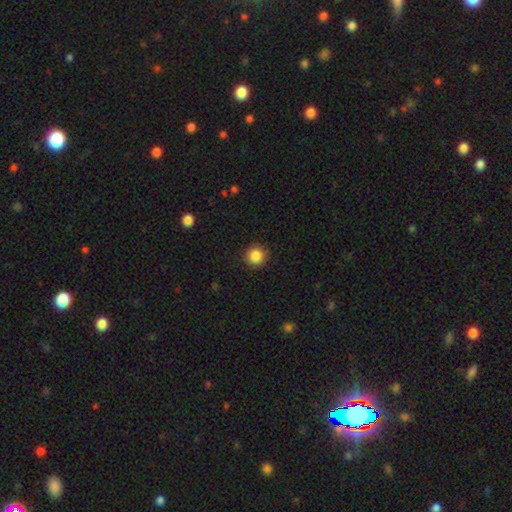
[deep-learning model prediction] Smooth or featured? Predicted: smooth (p=0.86). How rounded? Predicted: round (p=0.94). Merging? Predicted: none (p=0.90).